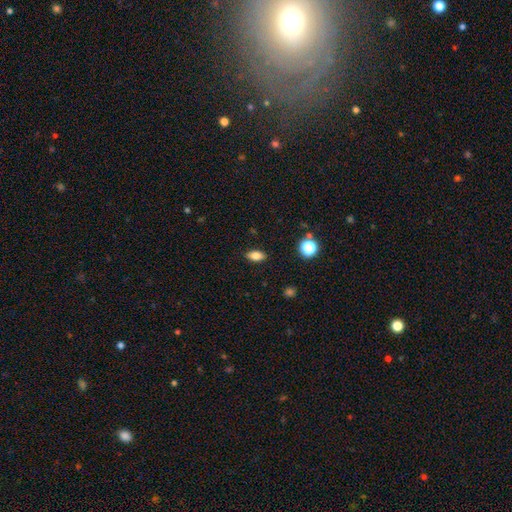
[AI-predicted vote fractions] Smooth or featured? smooth (80%)
How rounded? in between (86%)
Merging? none (88%)